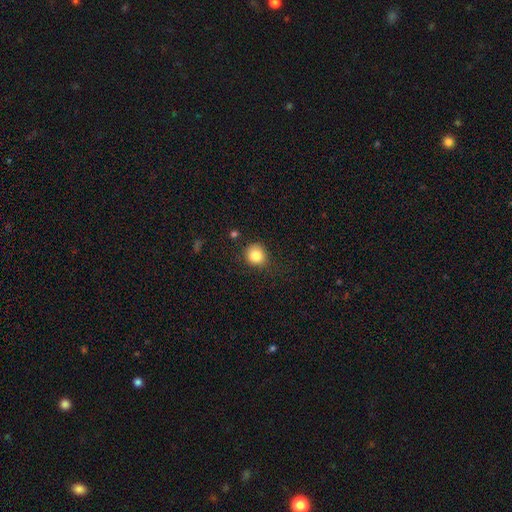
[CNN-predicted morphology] A smooth galaxy with no disk features (83%) that is round (85%).

Vote fractions:
- Smooth or featured? smooth: 83% / star or artifact: 11% / featured or disk: 7%
- How rounded? round: 85% / in between: 14% / cigar-shaped: 1%
- Merging? none: 79% / minor disturbance: 15% / major disturbance: 4% / merger: 2%